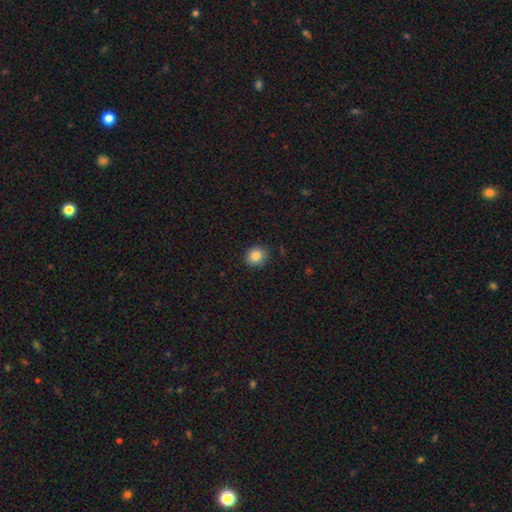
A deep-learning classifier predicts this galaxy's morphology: Smooth or featured: smooth — 87% (star or artifact — 9%)
How rounded: round — 72% (in between — 27%)
Merging: none — 86% (minor disturbance — 11%)